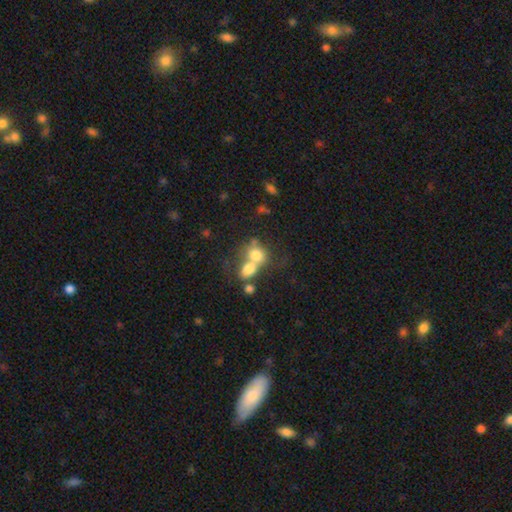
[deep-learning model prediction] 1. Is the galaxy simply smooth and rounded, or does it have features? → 71% smooth, 18% featured or disk, 11% star or artifact.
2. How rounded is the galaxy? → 50% in between, 48% round, 2% cigar-shaped.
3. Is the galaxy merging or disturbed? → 67% merger, 20% none, 7% minor disturbance, 6% major disturbance.